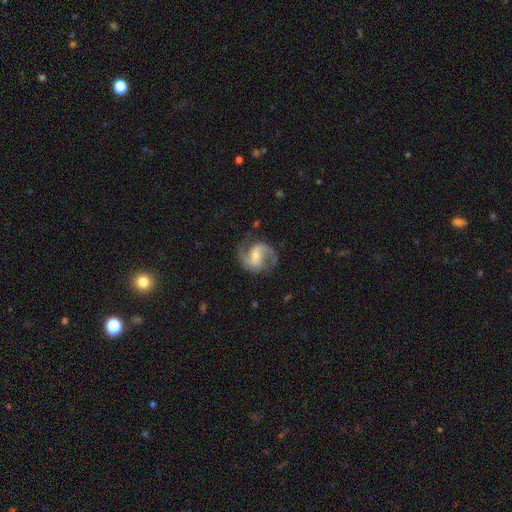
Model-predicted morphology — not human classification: smooth_or_featured: featured or disk (p=0.89) [alt: smooth p=0.06]
disk_edge_on: no (p=0.98) [alt: yes p=0.02]
bar: weak (p=0.52) [alt: strong p=0.24]
has_spiral_arms: yes (p=0.97) [alt: no p=0.03]
spiral_winding: medium (p=0.59) [alt: loose p=0.26]
spiral_arm_count: 2 (p=0.93) [alt: can't tell p=0.02]
bulge_size: small (p=0.44) [alt: moderate p=0.41]
merging: none (p=0.79) [alt: minor disturbance p=0.14]